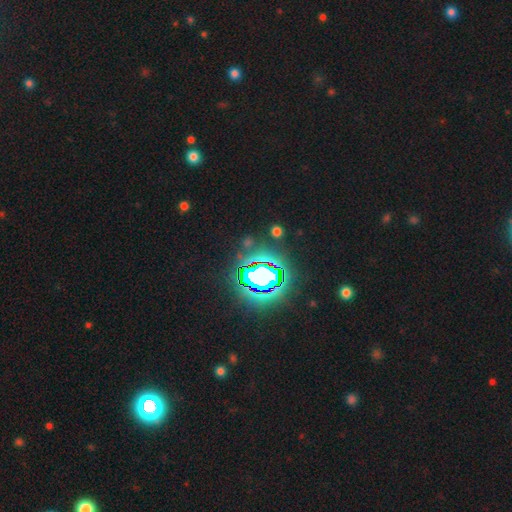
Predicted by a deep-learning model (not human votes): Q: Smooth or featured?
A: star or artifact (82%); runner-up: smooth (11%)